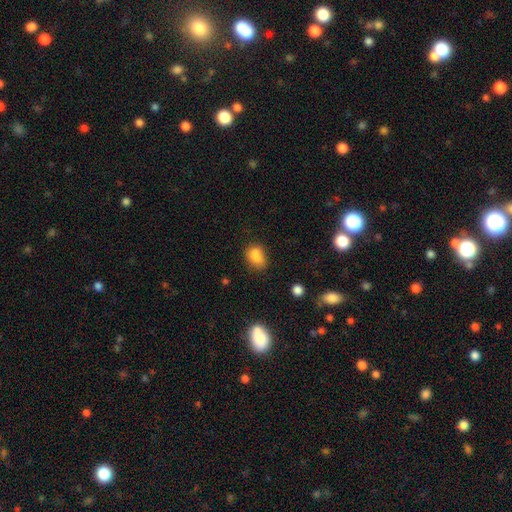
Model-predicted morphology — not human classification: This appears to be a smooth galaxy with no disk features (83%) that is in between round and cigar-shaped (71%). Merging: none (59%).